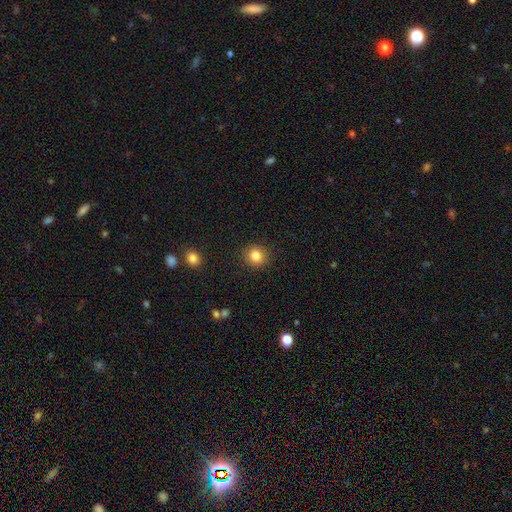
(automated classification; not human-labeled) Smooth or featured: smooth — 84% (star or artifact — 11%)
How rounded: round — 89% (in between — 10%)
Merging: none — 91% (minor disturbance — 6%)